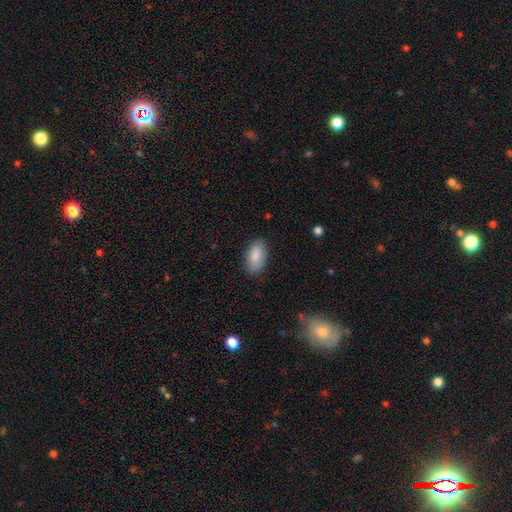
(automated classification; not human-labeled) smooth-or-featured: smooth: 87% | featured or disk: 6% | star or artifact: 6%
  how-rounded: in between: 93% | cigar-shaped: 4% | round: 3%
  merging: none: 83% | minor disturbance: 13% | major disturbance: 3% | merger: 1%